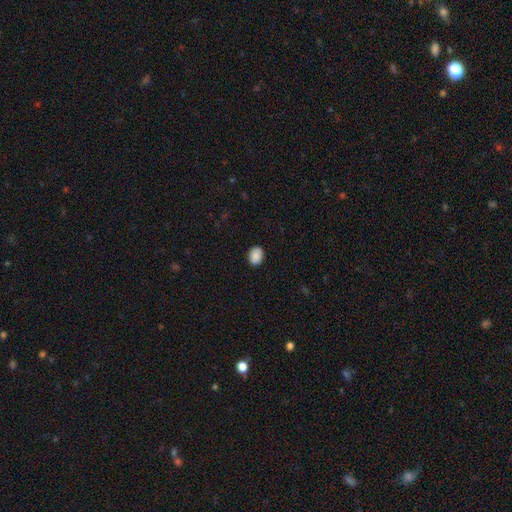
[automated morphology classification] smooth 89%, star or artifact 7%, featured or disk 4%. Down the decision tree: how rounded — in between (65%); merging — none (89%).